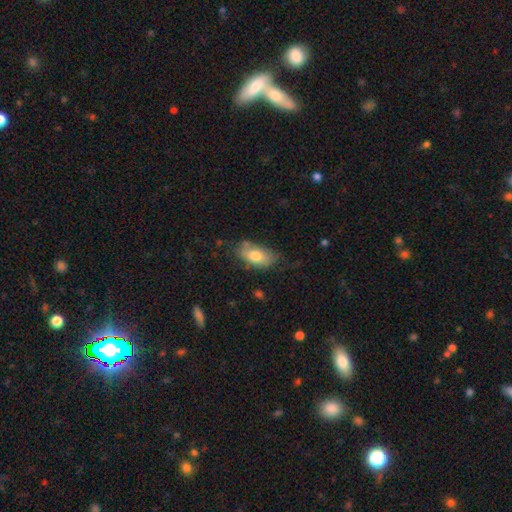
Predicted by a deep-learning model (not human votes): Q: Smooth or featured?
A: smooth (73%); runner-up: featured or disk (20%)
Q: How rounded?
A: in between (90%); runner-up: round (6%)
Q: Merging?
A: none (60%); runner-up: minor disturbance (28%)